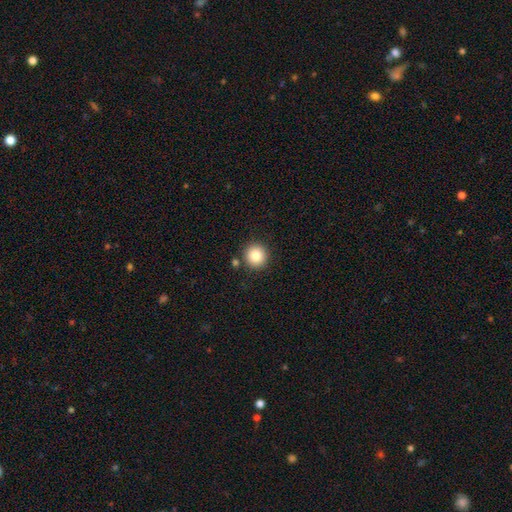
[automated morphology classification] This is clearly a smooth galaxy (84%). How rounded: clearly round (93%). Merging: clearly none (86%).